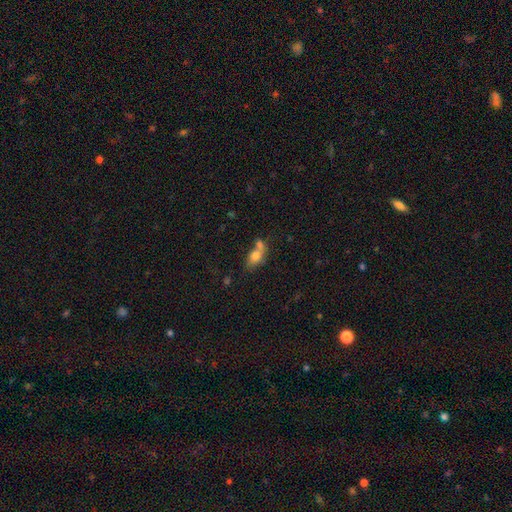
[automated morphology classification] This is likely a smooth galaxy (74%). How rounded: likely in between (72%). Merging: possibly merger (47%).